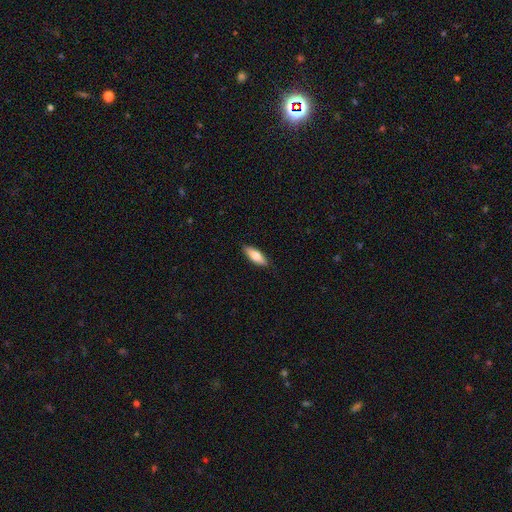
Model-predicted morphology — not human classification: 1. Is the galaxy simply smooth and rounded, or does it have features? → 74% smooth, 21% featured or disk, 6% star or artifact.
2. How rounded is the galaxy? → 64% in between, 34% cigar-shaped, 2% round.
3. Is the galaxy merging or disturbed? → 89% none, 9% minor disturbance, 2% major disturbance, 1% merger.